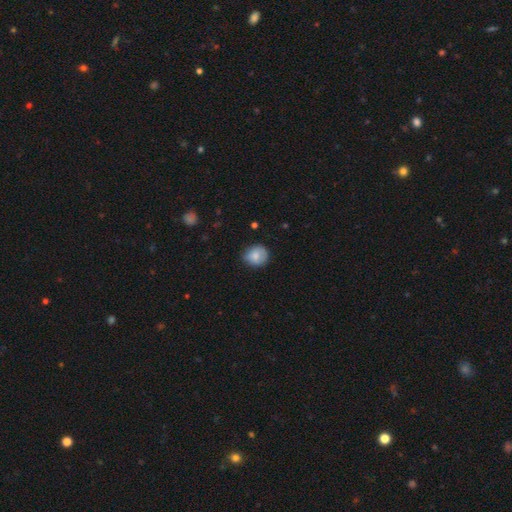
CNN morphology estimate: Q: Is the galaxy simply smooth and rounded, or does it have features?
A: smooth — 80%.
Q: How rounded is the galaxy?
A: round — 75%.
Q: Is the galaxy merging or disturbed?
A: none — 71%.